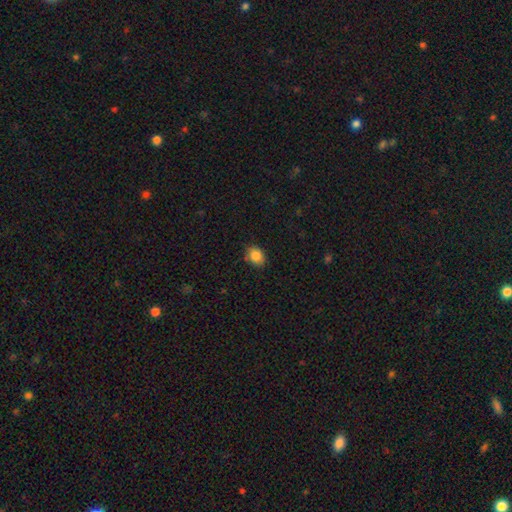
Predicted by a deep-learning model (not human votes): A smooth galaxy with no disk features (86%) that is in between round and cigar-shaped (59%).

Vote fractions:
- Smooth or featured? smooth: 86% / star or artifact: 9% / featured or disk: 5%
- How rounded? in between: 59% / round: 40% / cigar-shaped: 1%
- Merging? none: 84% / minor disturbance: 12% / major disturbance: 2% / merger: 2%